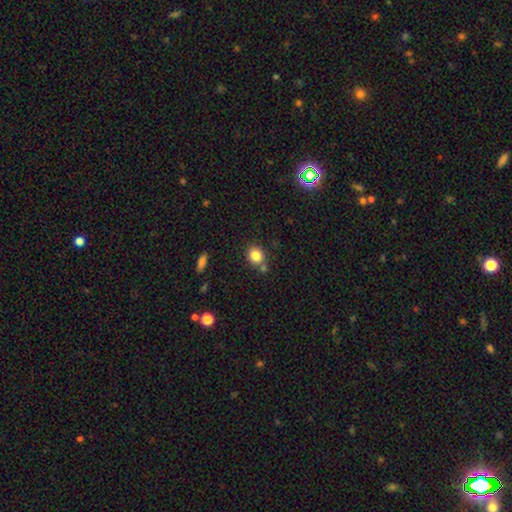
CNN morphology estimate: type=smooth (83%); roundness=round (67%); merging=none (69%).